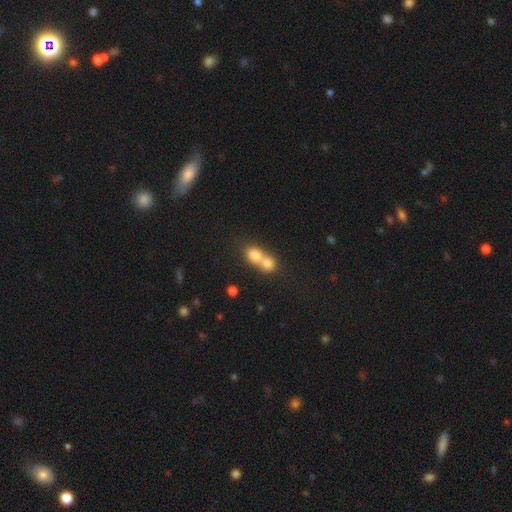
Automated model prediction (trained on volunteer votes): A smooth galaxy with no disk features (73%) that is round (54%). Merging: merger (73%).